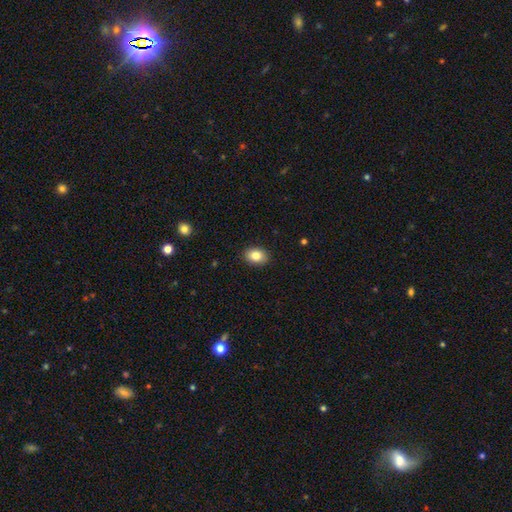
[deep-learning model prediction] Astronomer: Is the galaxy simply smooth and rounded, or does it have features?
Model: smooth — 84%.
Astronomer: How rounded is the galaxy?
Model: in between — 72%.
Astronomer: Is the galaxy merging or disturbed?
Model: none — 90%.